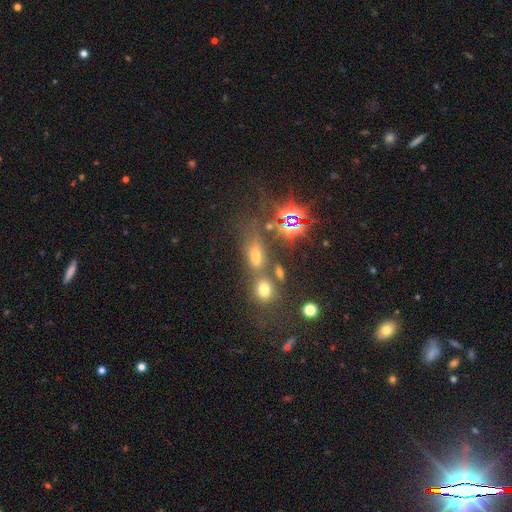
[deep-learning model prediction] This appears to be a smooth galaxy with no disk features (48%). Merging: none (46%).